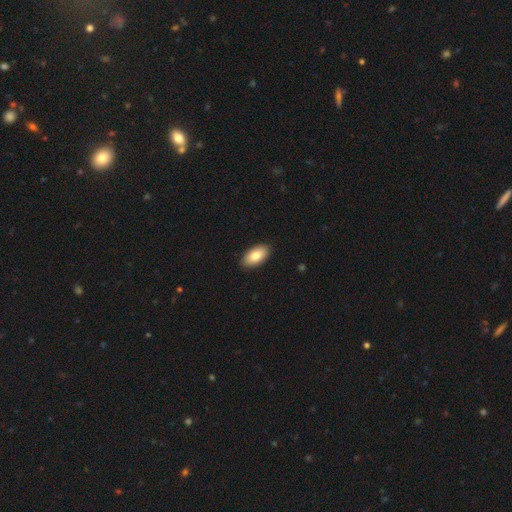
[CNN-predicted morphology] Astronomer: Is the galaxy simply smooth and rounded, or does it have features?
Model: smooth — 83%.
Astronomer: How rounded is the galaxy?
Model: in between — 94%.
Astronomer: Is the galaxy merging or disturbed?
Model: none — 90%.